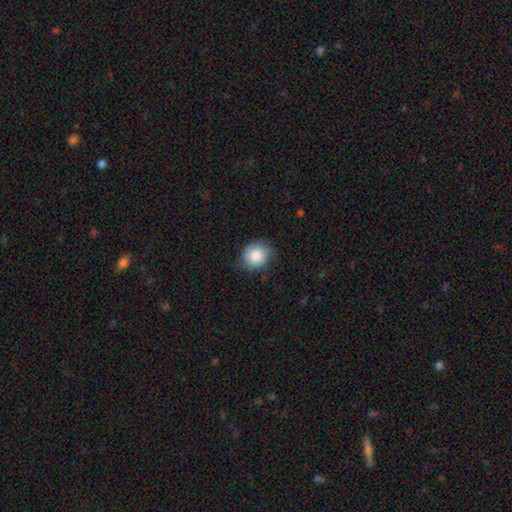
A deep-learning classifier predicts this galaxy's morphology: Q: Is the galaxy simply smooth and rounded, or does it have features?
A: smooth — 84%.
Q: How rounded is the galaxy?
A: round — 81%.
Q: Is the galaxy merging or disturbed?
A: none — 74%.